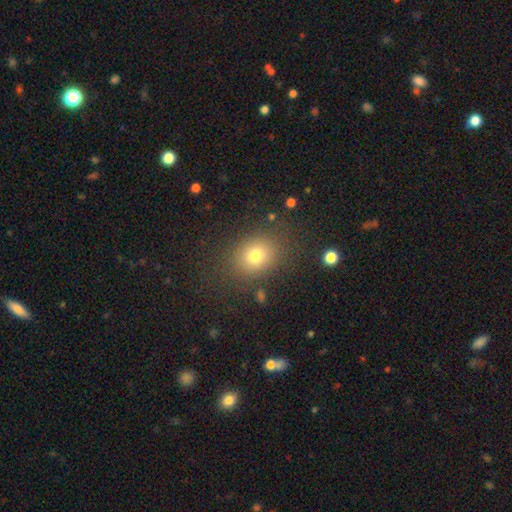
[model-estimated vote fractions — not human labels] A smooth galaxy with no disk features (75%) that is round (53%). Merging: none (82%).